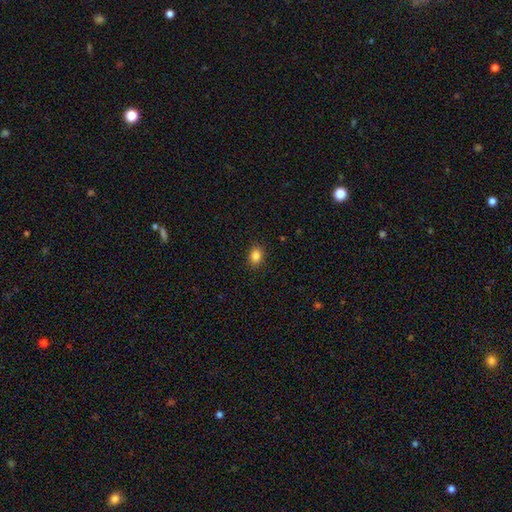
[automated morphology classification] A smooth galaxy with no disk features (85%) that is in between round and cigar-shaped (59%).

Vote fractions:
- Smooth or featured? smooth: 85% / star or artifact: 10% / featured or disk: 5%
- How rounded? in between: 59% / round: 40% / cigar-shaped: 1%
- Merging? none: 89% / minor disturbance: 8% / major disturbance: 2% / merger: 1%